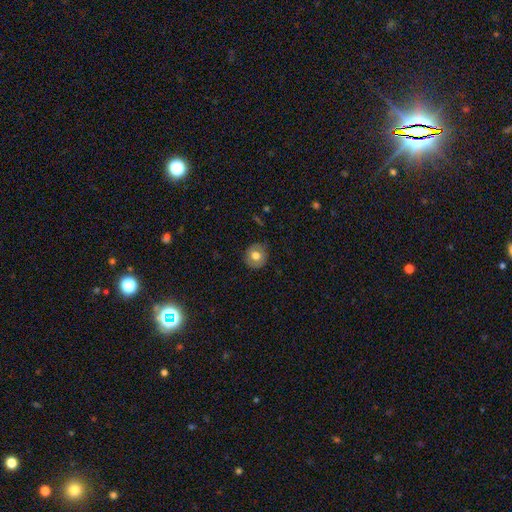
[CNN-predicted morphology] This is likely a smooth galaxy (71%). How rounded: clearly round (85%). Merging: clearly none (83%).